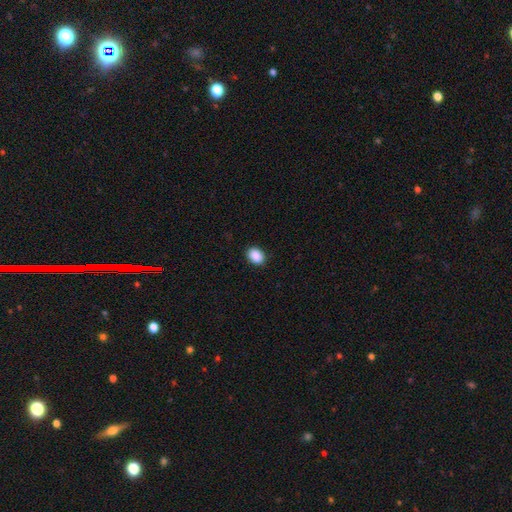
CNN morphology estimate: Smooth or featured?
  - smooth: 90% *
  - star or artifact: 8%
  - featured or disk: 3%
How rounded?
  - in between: 66% *
  - round: 33%
  - cigar-shaped: 1%
Merging?
  - none: 89% *
  - minor disturbance: 8%
  - major disturbance: 2%
  - merger: 1%